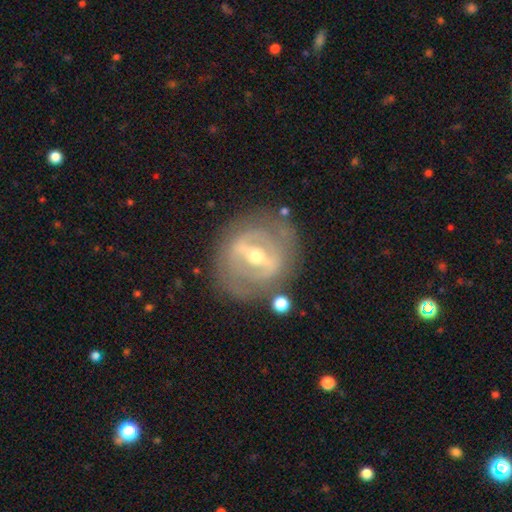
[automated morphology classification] Smooth or featured: featured or disk — 80% (smooth — 13%)
Edge-on disk: no — 89% (yes — 11%)
Bar: strong — 69% (weak — 22%)
Spiral arms: no — 55% (yes — 45%)
Bulge size: moderate — 61% (small — 34%)
Merging: none — 78% (minor disturbance — 13%)